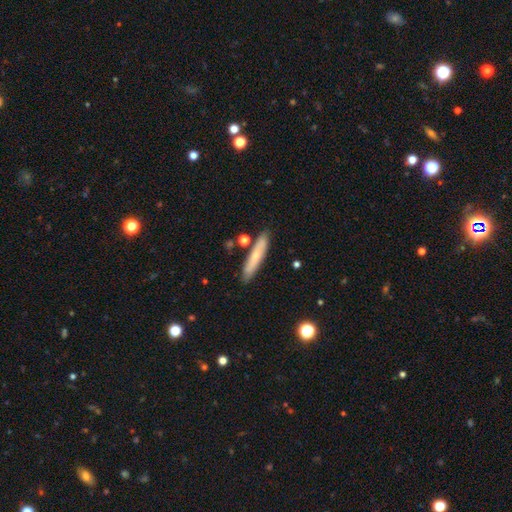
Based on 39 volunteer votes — A smooth galaxy with no disk features (67%) that is cigar-shaped (85%).

Vote fractions:
- Smooth or featured? smooth: 67% / featured or disk: 31% / star or artifact: 3%
- How rounded? cigar-shaped: 85% / in between: 15% / round: 0%
- Merging? none: 79% / minor disturbance: 13% / merger: 5% / major disturbance: 3%